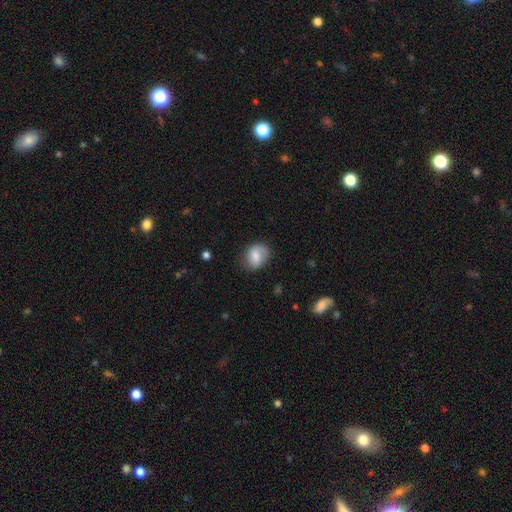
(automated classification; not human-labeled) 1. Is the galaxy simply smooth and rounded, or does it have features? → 61% smooth, 31% featured or disk, 8% star or artifact.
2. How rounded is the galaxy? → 53% round, 46% in between, 1% cigar-shaped.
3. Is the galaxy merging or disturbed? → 65% none, 24% minor disturbance, 10% major disturbance, 2% merger.